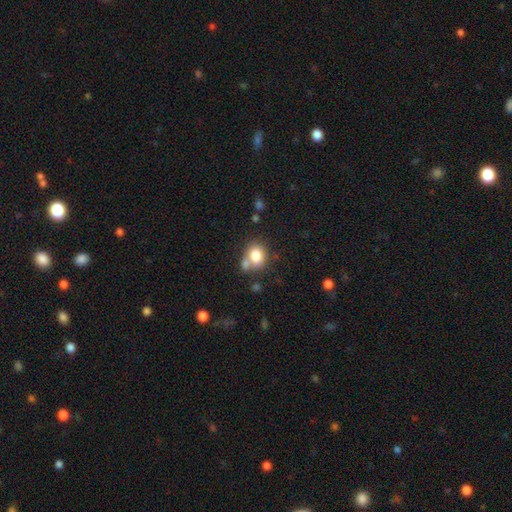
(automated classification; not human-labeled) A smooth galaxy with no disk features (79%) that is round (59%).

Vote fractions:
- Smooth or featured? smooth: 79% / featured or disk: 11% / star or artifact: 10%
- How rounded? round: 59% / in between: 40% / cigar-shaped: 1%
- Merging? none: 51% / merger: 29% / minor disturbance: 14% / major disturbance: 5%